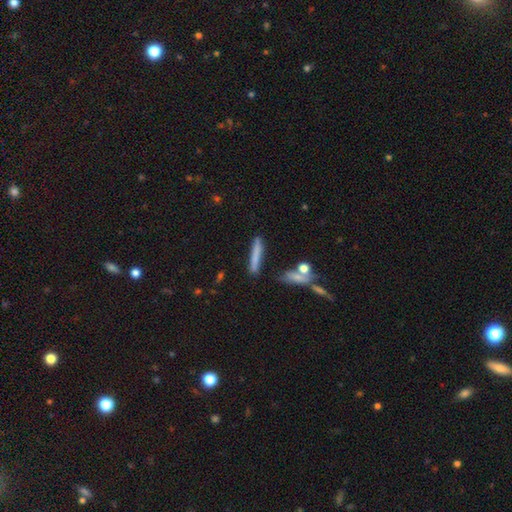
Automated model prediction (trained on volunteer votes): Morphology: type=smooth (70%); roundness=cigar-shaped (92%); merging=none (75%).